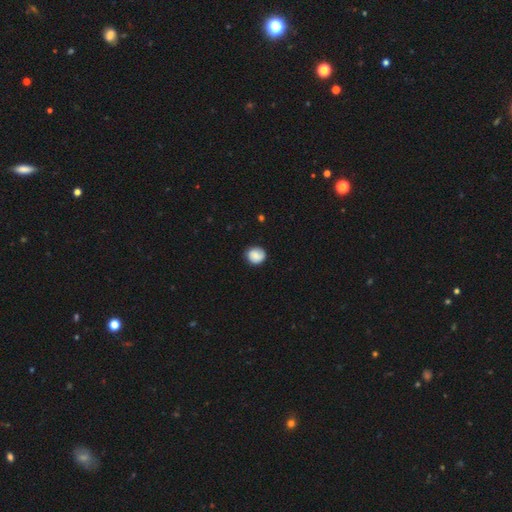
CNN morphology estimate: smooth 79%, featured or disk 13%, star or artifact 8%. Down the decision tree: how rounded — round (85%); merging — none (84%).